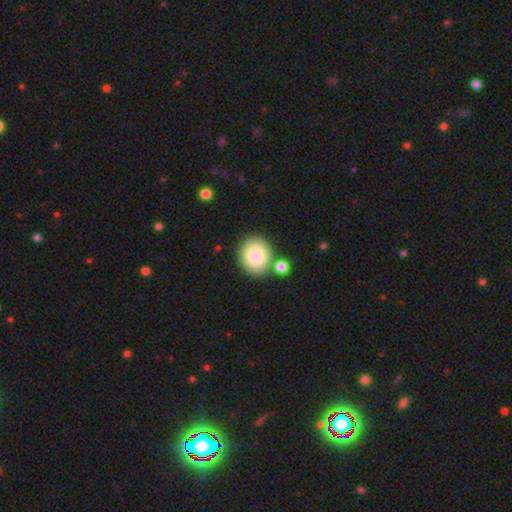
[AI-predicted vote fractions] smooth-or-featured: smooth: 85% | featured or disk: 8% | star or artifact: 7%
  how-rounded: round: 74% | in between: 25% | cigar-shaped: 1%
  merging: none: 76% | merger: 12% | minor disturbance: 9% | major disturbance: 3%